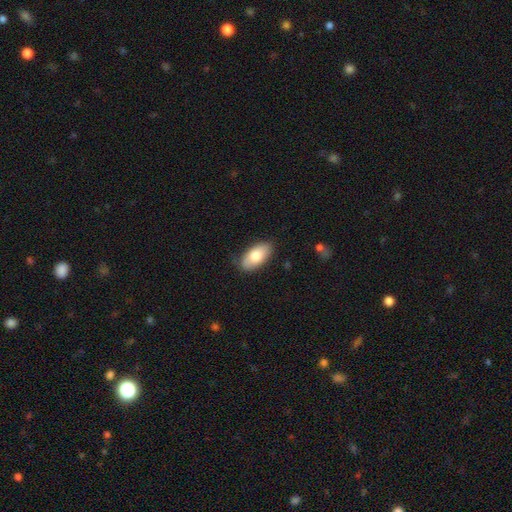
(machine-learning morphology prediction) Smooth or featured? smooth (79%)
How rounded? in between (93%)
Merging? none (83%)